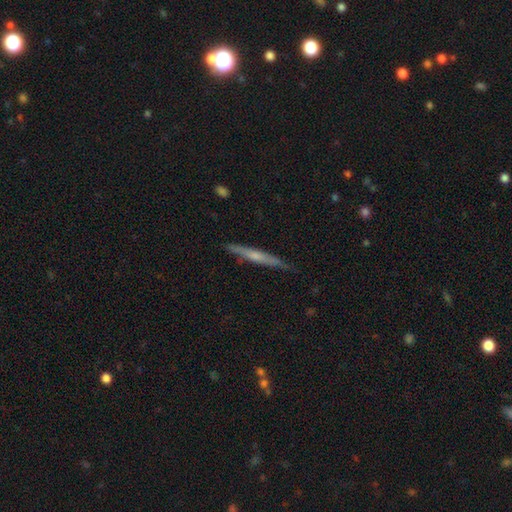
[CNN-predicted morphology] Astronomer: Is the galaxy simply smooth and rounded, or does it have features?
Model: featured or disk — 56% (runner-up: smooth, 38%).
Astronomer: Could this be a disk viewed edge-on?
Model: yes — 95%.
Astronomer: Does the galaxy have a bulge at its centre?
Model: rounded — 47% (runner-up: none, 43%).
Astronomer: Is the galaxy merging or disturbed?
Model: none — 84%.